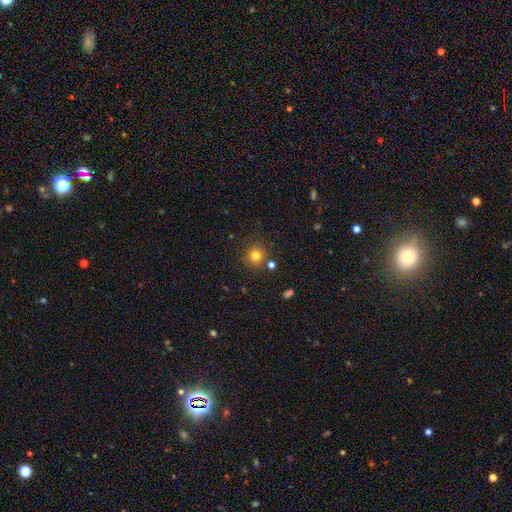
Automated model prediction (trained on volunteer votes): smooth_or_featured: smooth (p=0.78) [alt: star or artifact p=0.15]
how_rounded: round (p=0.92) [alt: in between p=0.07]
merging: none (p=0.81) [alt: minor disturbance p=0.09]